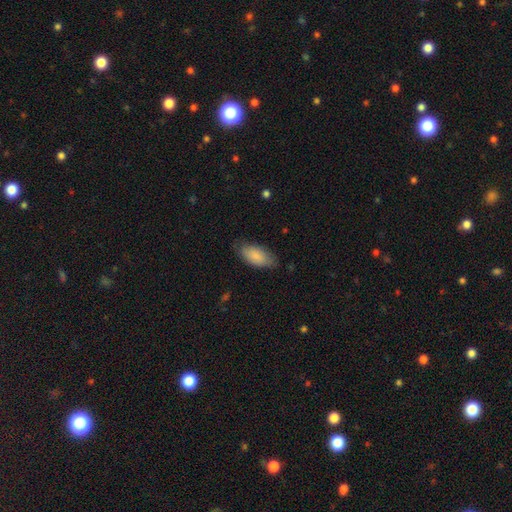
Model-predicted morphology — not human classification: smooth_or_featured: smooth (p=0.86) [alt: featured or disk p=0.08]
how_rounded: in between (p=0.90) [alt: cigar-shaped p=0.08]
merging: none (p=0.76) [alt: minor disturbance p=0.19]